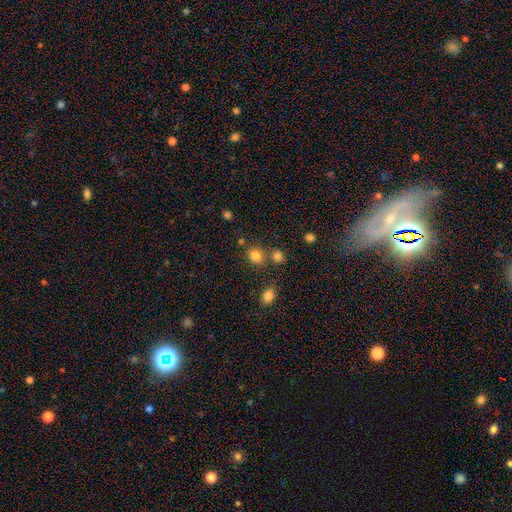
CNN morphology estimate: A smooth galaxy with no disk features (81%) that is round (76%).

Vote fractions:
- Smooth or featured? smooth: 81% / star or artifact: 13% / featured or disk: 5%
- How rounded? round: 76% / in between: 23% / cigar-shaped: 1%
- Merging? none: 73% / merger: 14% / minor disturbance: 9% / major disturbance: 4%